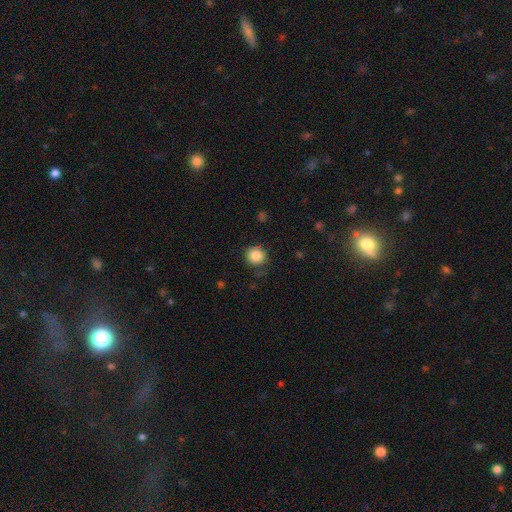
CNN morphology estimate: smooth 85%, star or artifact 10%, featured or disk 5%. Down the decision tree: how rounded — round (90%); merging — none (82%).